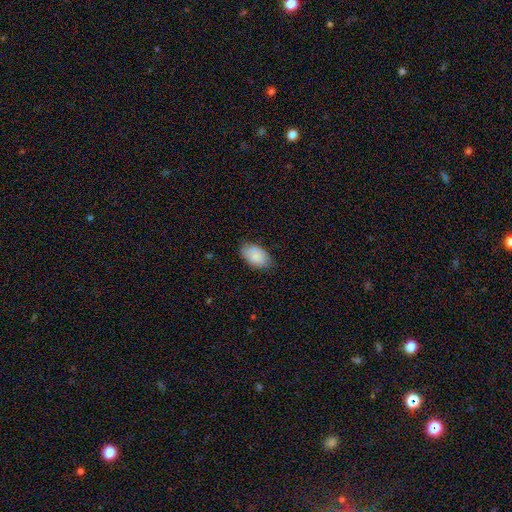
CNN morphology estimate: smooth_or_featured: smooth (p=0.84) [alt: featured or disk p=0.09]
how_rounded: in between (p=0.91) [alt: round p=0.08]
merging: none (p=0.72) [alt: minor disturbance p=0.23]